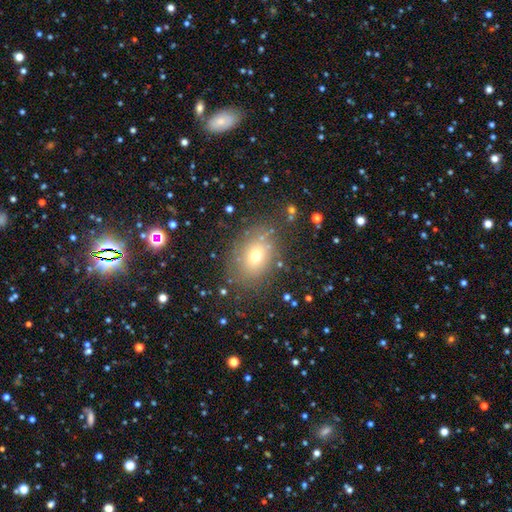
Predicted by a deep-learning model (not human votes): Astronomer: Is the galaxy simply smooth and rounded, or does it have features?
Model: smooth — 67%.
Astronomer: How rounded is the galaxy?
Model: in between — 59% (runner-up: round, 40%).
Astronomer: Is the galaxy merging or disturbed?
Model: none — 79%.